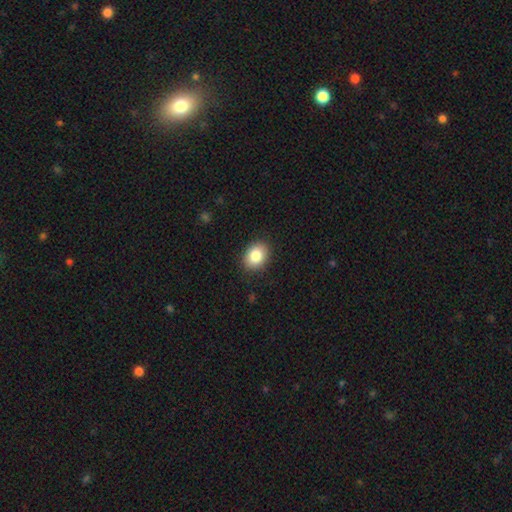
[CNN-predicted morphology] A smooth galaxy with no disk features (86%) that is in between round and cigar-shaped (65%). Merging: none (88%).